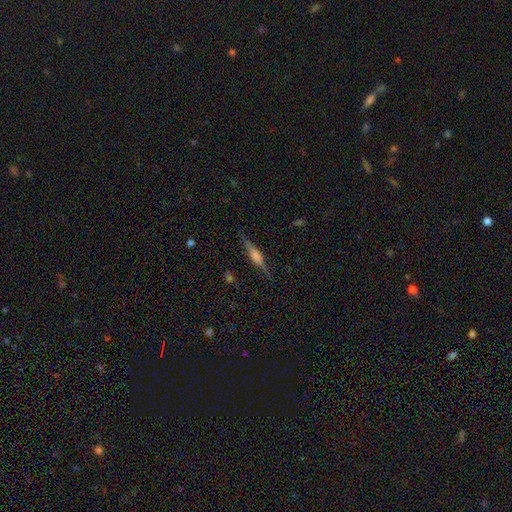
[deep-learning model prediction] Smooth or featured? Predicted: featured or disk (p=0.73). Edge-on disk? Predicted: yes (p=0.97). Edge-on bulge? Predicted: rounded (p=0.64). Merging? Predicted: none (p=0.87).